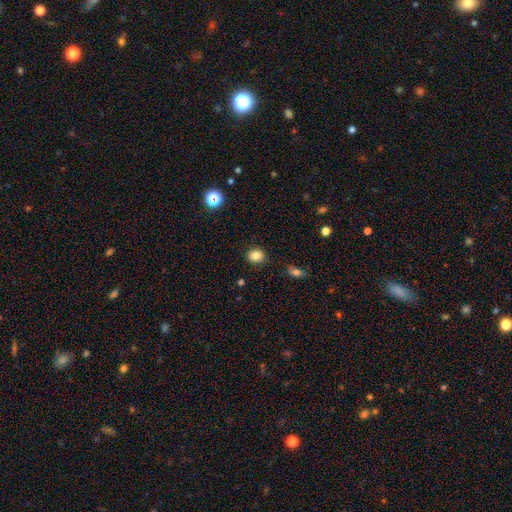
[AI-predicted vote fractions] Q: Smooth or featured?
A: smooth (83%); runner-up: star or artifact (11%)
Q: How rounded?
A: round (67%); runner-up: in between (32%)
Q: Merging?
A: none (86%); runner-up: minor disturbance (10%)